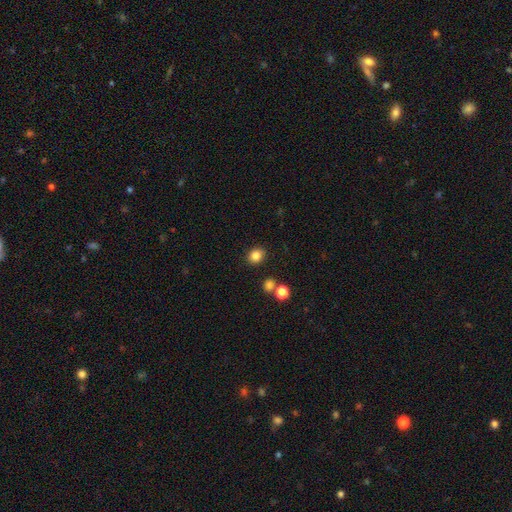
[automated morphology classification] This appears to be a smooth galaxy with no disk features (84%) that is round (73%). Merging: none (86%).